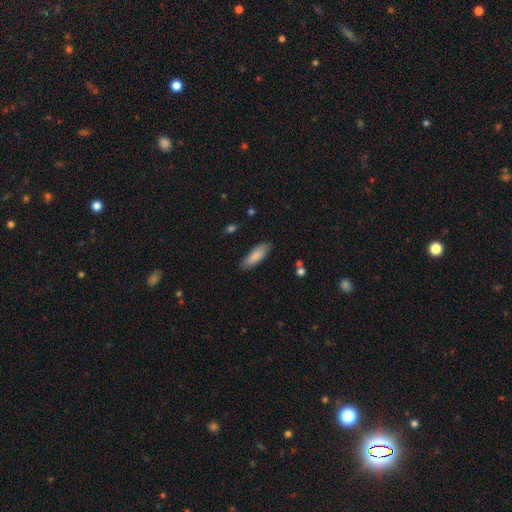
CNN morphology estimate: Smooth or featured?
  - smooth: 86% *
  - featured or disk: 8%
  - star or artifact: 6%
How rounded?
  - in between: 57% *
  - cigar-shaped: 42%
  - round: 1%
Merging?
  - none: 85% *
  - minor disturbance: 12%
  - major disturbance: 2%
  - merger: 1%